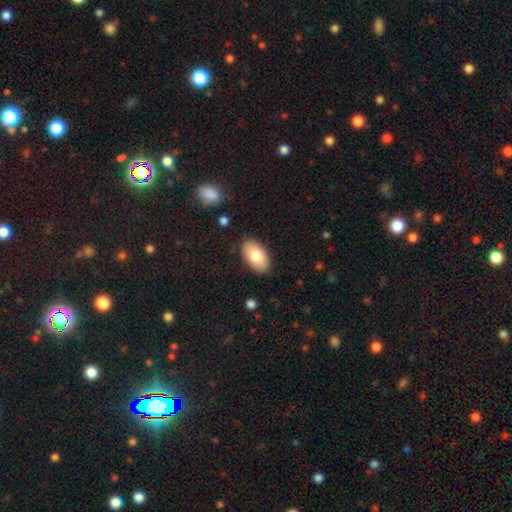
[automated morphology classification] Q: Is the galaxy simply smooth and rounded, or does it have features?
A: smooth — 79%.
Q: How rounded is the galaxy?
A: in between — 94%.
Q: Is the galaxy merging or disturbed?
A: none — 86%.